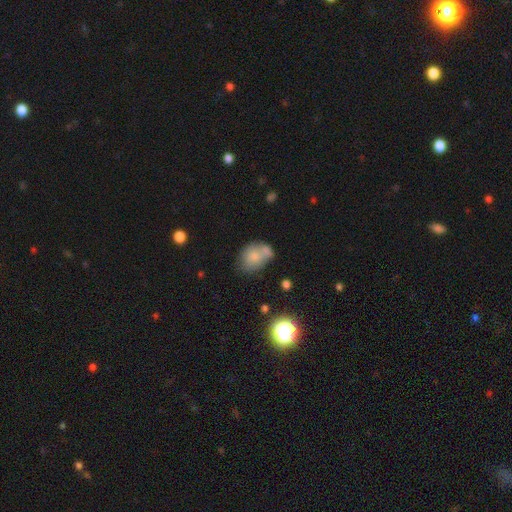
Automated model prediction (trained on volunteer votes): Overall: smooth (72%). How rounded: in between (68%; round 31%). Merging: none (39%; merger 29%).